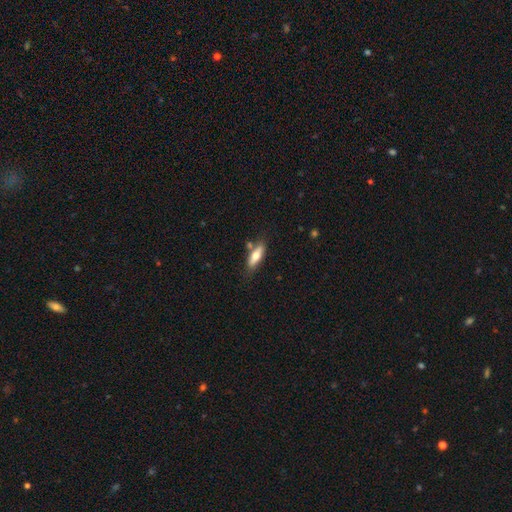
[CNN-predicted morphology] Smooth or featured: smooth — 64% (featured or disk — 29%)
How rounded: in between — 55% (cigar-shaped — 42%)
Merging: none — 70% (minor disturbance — 16%)